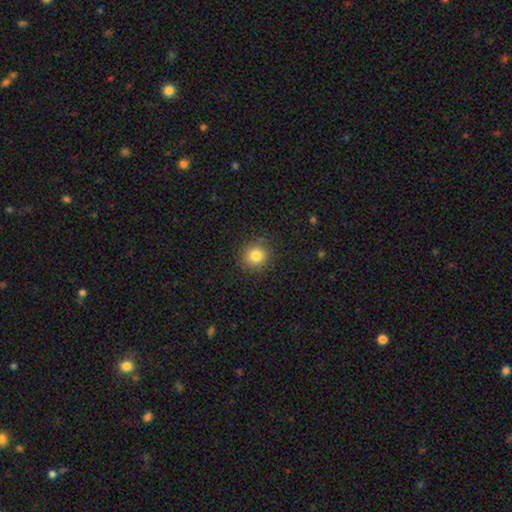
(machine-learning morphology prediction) Overall: smooth (82%). How rounded: round (88%). Merging: none (87%).